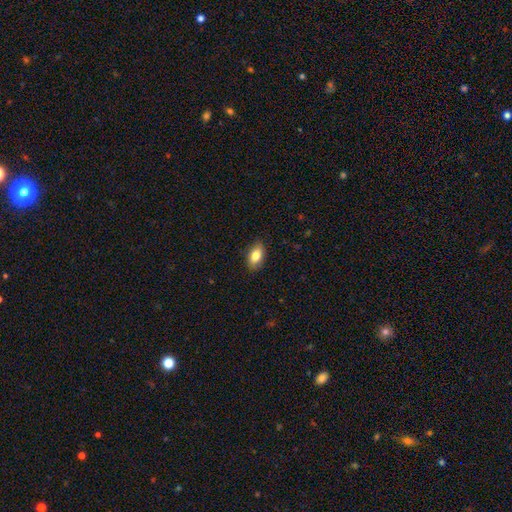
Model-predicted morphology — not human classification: Smooth or featured?
  - smooth: 82% *
  - featured or disk: 11%
  - star or artifact: 7%
How rounded?
  - in between: 91% *
  - round: 6%
  - cigar-shaped: 3%
Merging?
  - none: 87% *
  - minor disturbance: 10%
  - major disturbance: 2%
  - merger: 1%